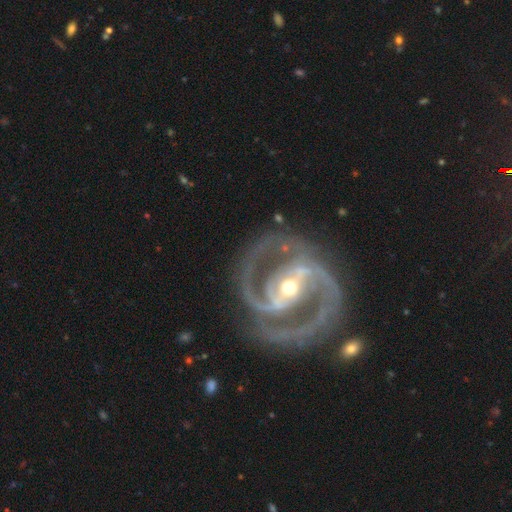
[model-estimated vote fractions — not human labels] Morphology: type=featured or disk (93%); edge-on=no (97%); bar=strong (67%); spiral arms=yes (98%); winding=medium (55%); arm count=2 (92%); bulge=small (50%); merging=none (77%).